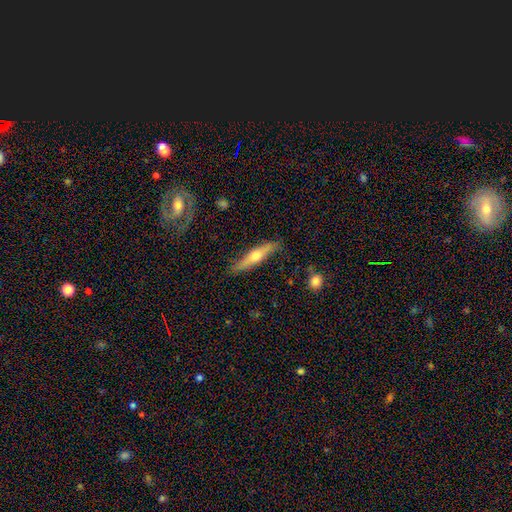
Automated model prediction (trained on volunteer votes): Smooth or featured: featured or disk — 58% (smooth — 37%)
Edge-on disk: yes — 91% (no — 9%)
Edge-on bulge: rounded — 93% (none — 4%)
Merging: none — 82% (minor disturbance — 13%)